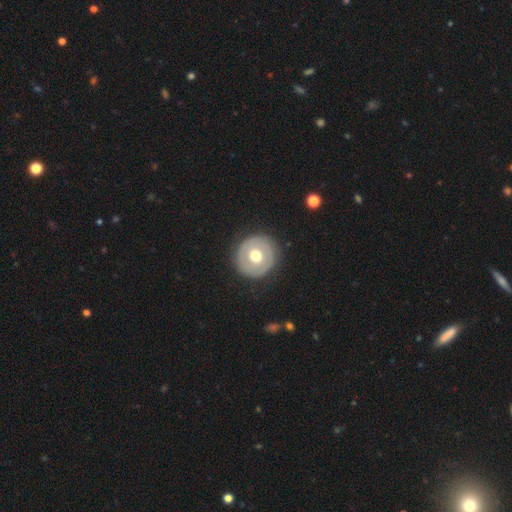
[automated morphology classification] The model was most divided on "smooth or featured": smooth: 51%, featured or disk: 44%, star or artifact: 6%. More confident: how rounded — round (92%); merging — none (87%).